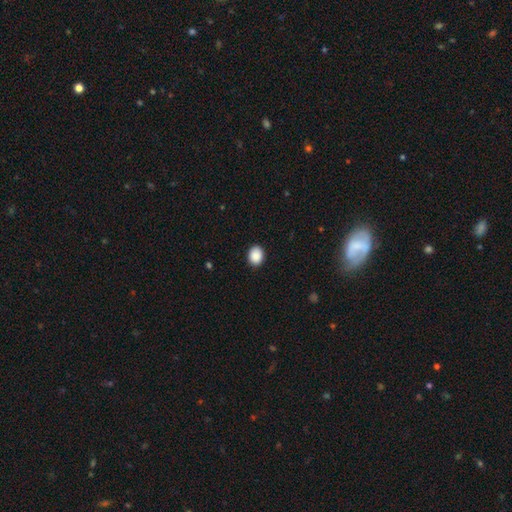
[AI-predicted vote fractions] This appears to be a smooth galaxy with no disk features (90%) that is in between round and cigar-shaped (55%). Merging: none (90%).